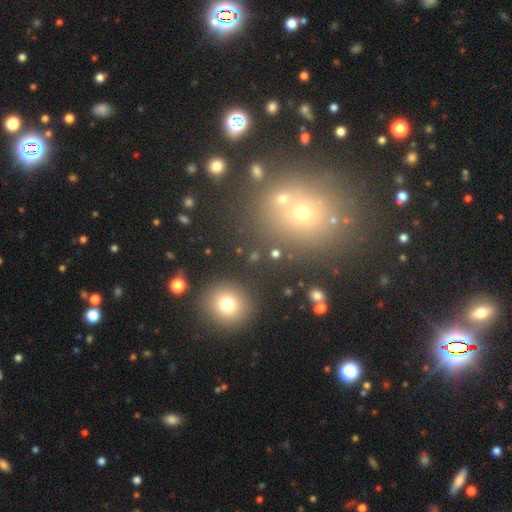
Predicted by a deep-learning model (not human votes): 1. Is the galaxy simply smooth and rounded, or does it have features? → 57% smooth, 32% star or artifact, 12% featured or disk.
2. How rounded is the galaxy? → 74% round, 24% in between, 2% cigar-shaped.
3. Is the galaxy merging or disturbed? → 77% none, 11% merger, 8% minor disturbance, 4% major disturbance.